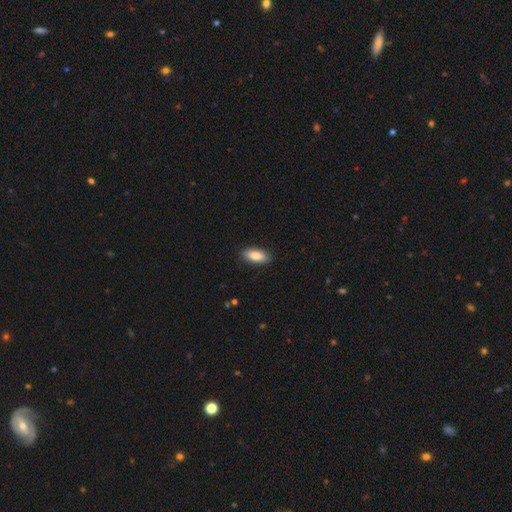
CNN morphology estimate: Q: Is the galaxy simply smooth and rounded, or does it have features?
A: smooth — 85%.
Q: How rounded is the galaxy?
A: in between — 80%.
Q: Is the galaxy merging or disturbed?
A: none — 88%.